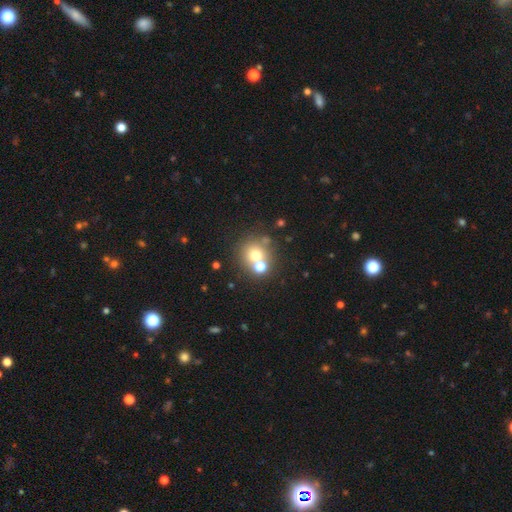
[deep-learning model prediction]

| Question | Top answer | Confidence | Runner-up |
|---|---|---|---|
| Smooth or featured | smooth | 66% | featured or disk (18%) |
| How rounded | round | 88% | in between (11%) |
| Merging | none | 52% | merger (37%) |